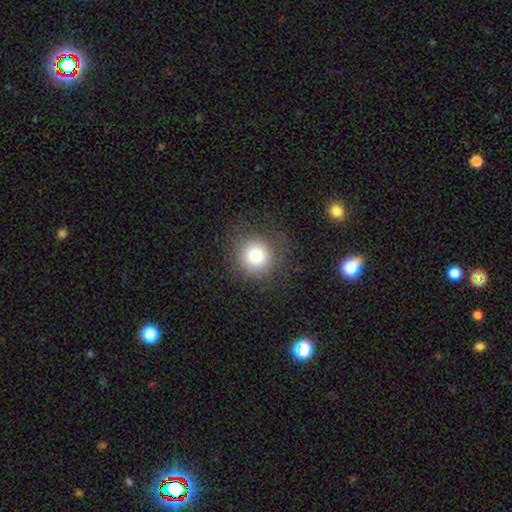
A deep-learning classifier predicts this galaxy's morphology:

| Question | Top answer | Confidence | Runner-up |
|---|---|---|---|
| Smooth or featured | smooth | 79% | star or artifact (11%) |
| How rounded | round | 93% | in between (6%) |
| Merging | none | 82% | minor disturbance (11%) |